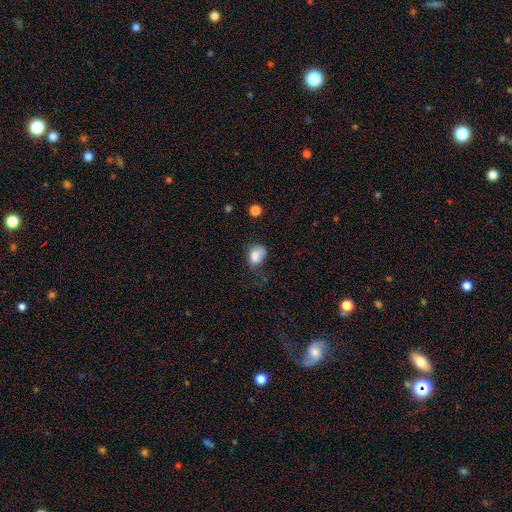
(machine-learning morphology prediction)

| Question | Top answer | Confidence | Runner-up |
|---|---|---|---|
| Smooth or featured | smooth | 81% | featured or disk (10%) |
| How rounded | in between | 59% | round (40%) |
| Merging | none | 45% | minor disturbance (35%) |